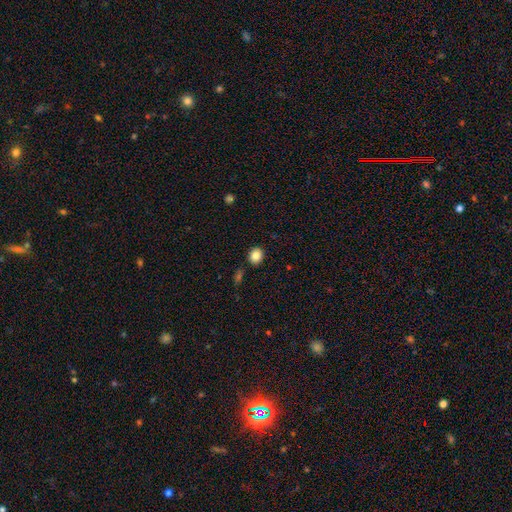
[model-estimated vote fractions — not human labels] Smooth or featured? smooth (84%)
How rounded? round (73%)
Merging? none (88%)